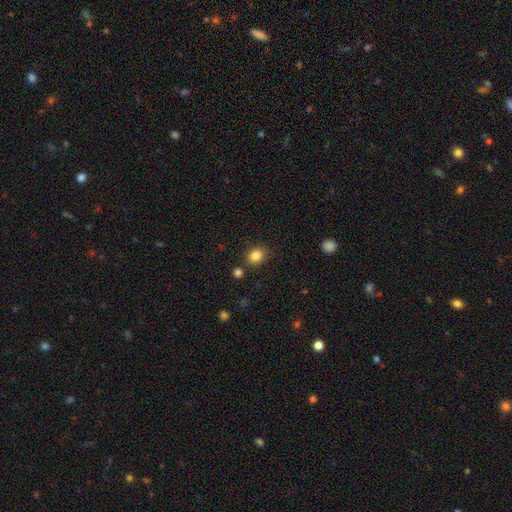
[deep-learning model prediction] Smooth or featured?
  - smooth: 84% *
  - star or artifact: 11%
  - featured or disk: 5%
How rounded?
  - round: 64% *
  - in between: 35%
  - cigar-shaped: 1%
Merging?
  - none: 83% *
  - minor disturbance: 10%
  - merger: 5%
  - major disturbance: 3%